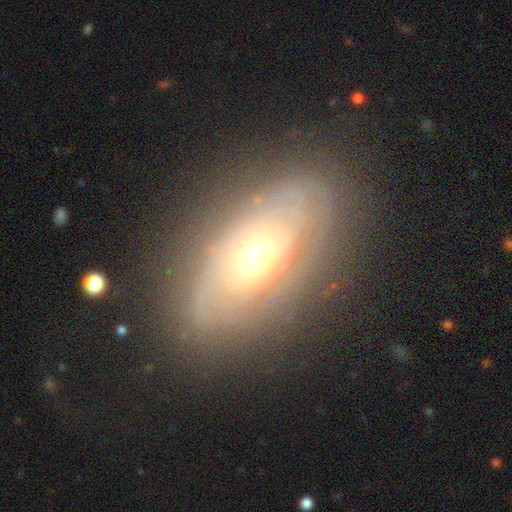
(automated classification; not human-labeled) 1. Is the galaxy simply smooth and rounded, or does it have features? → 76% featured or disk, 18% smooth, 6% star or artifact.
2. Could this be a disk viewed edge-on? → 89% no, 11% yes.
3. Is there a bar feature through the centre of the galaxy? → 80% no, 15% weak, 5% strong.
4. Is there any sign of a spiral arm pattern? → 76% yes, 24% no.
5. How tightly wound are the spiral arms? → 74% tight, 19% medium, 7% loose.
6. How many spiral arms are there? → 50% can't tell, 25% 2, 9% 3, 5% 1, 5% 4, 5% more than 4.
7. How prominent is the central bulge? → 68% moderate, 22% small, 7% large, 1% dominant, 1% none.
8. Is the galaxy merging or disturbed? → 81% none, 13% minor disturbance, 5% major disturbance, 1% merger.